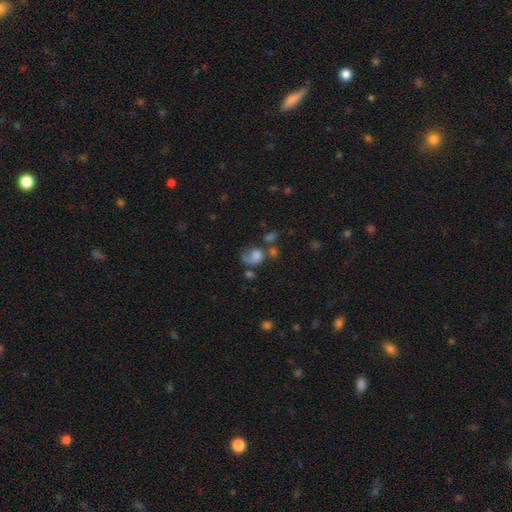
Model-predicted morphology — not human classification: Smooth or featured? smooth (57%)
How rounded? round (56%)
Merging? major disturbance (35%)